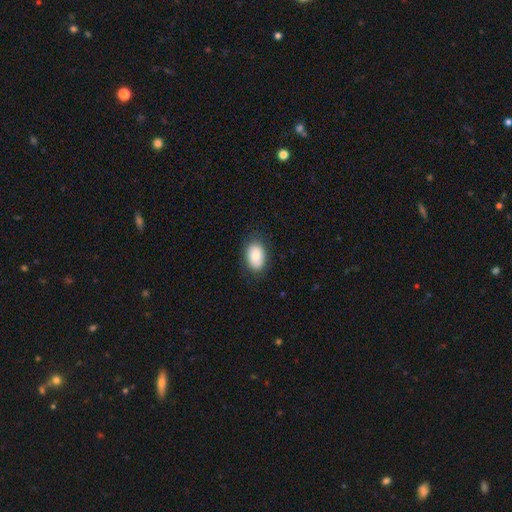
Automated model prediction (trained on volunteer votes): The model was most divided on "merging": none: 81%, minor disturbance: 14%, major disturbance: 3%, merger: 1%. More confident: how rounded — in between (87%); smooth or featured — smooth (82%).